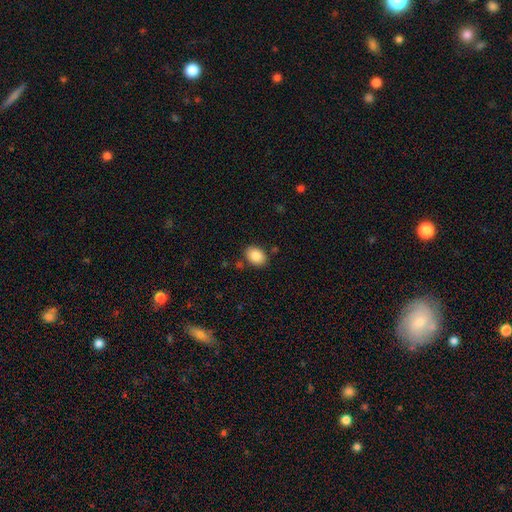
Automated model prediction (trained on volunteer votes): Q: Smooth or featured?
A: smooth (87%); runner-up: star or artifact (7%)
Q: How rounded?
A: in between (80%); runner-up: round (19%)
Q: Merging?
A: none (83%); runner-up: minor disturbance (11%)